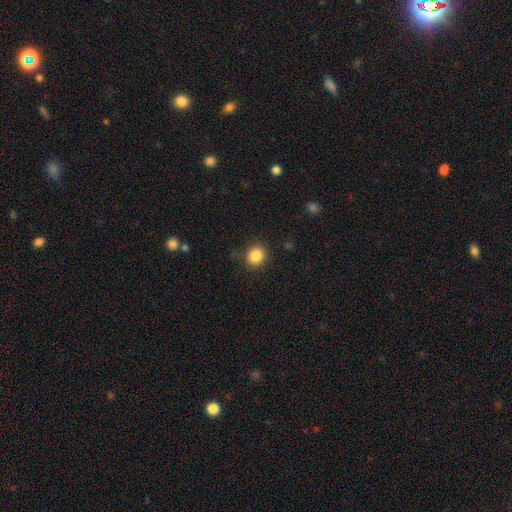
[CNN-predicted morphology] Overall: smooth (86%). How rounded: round (81%). Merging: none (85%).